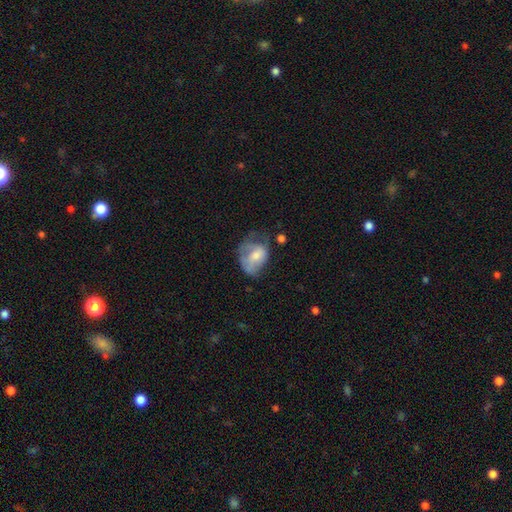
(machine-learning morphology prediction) This appears to be a smooth galaxy with no disk features (53%) that is in between round and cigar-shaped (61%). Merging: major disturbance (34%).